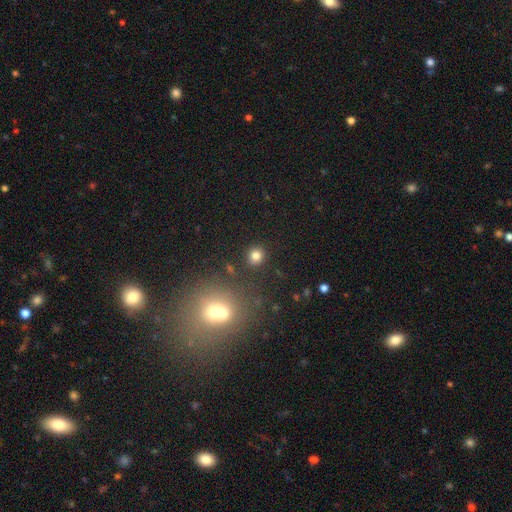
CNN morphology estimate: Q: Smooth or featured?
A: smooth (80%); runner-up: star or artifact (14%)
Q: How rounded?
A: round (83%); runner-up: in between (16%)
Q: Merging?
A: none (86%); runner-up: minor disturbance (7%)